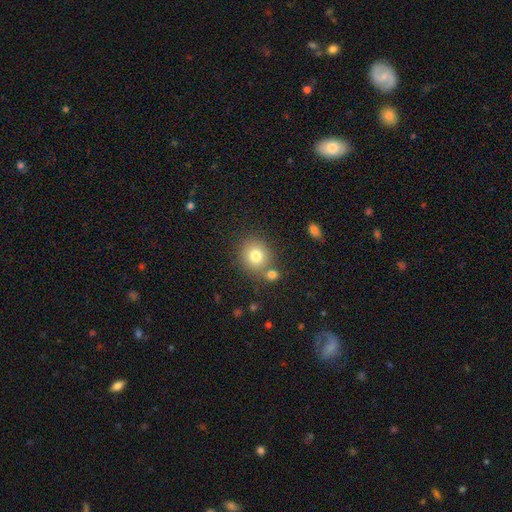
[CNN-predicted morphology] Smooth or featured? Predicted: smooth (p=0.78). How rounded? Predicted: round (p=0.80). Merging? Predicted: none (p=0.68).